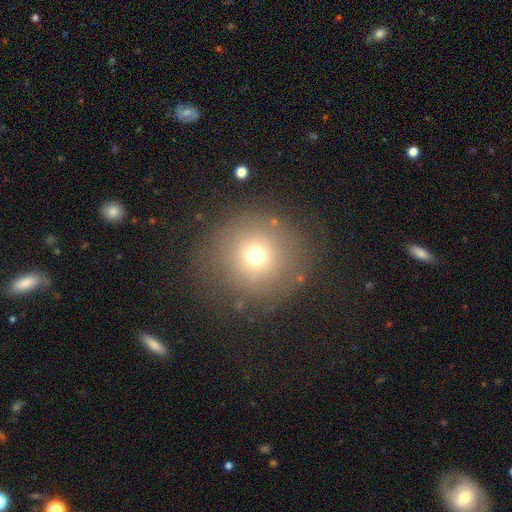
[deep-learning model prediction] Smooth or featured: smooth — 70% (star or artifact — 18%)
How rounded: round — 94% (in between — 5%)
Merging: none — 83% (minor disturbance — 9%)